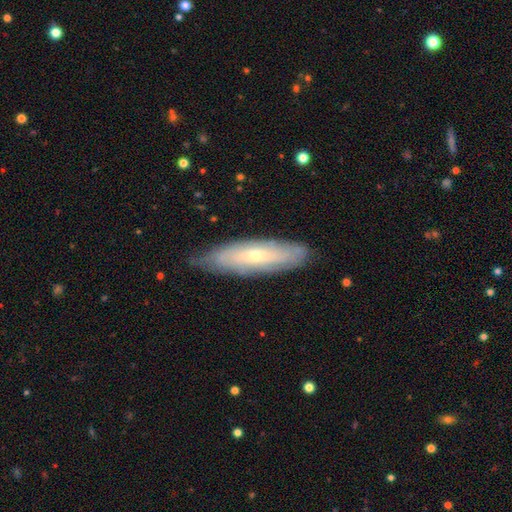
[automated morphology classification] smooth-or-featured: featured or disk: 57% | smooth: 36% | star or artifact: 7%
  disk-edge-on: no: 62% | yes: 38%
  merging: none: 80% | minor disturbance: 16% | major disturbance: 3% | merger: 1%